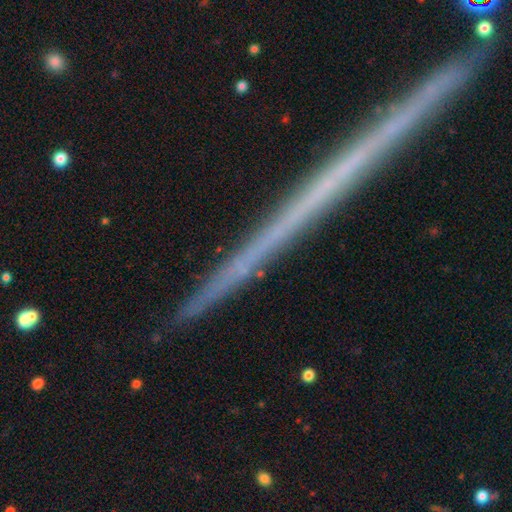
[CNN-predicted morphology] featured or disk 58%, smooth 23%, star or artifact 19%. Down the decision tree: edge-on disk — yes (97%); edge-on bulge — none (93%); merging — none (91%).